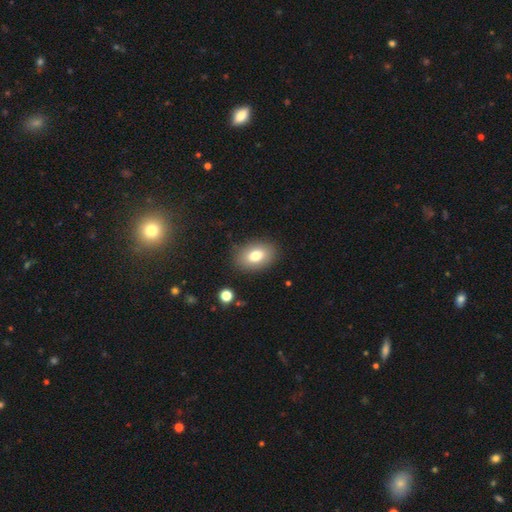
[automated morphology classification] smooth 78%, featured or disk 13%, star or artifact 9%. Down the decision tree: how rounded — in between (84%); merging — none (85%).